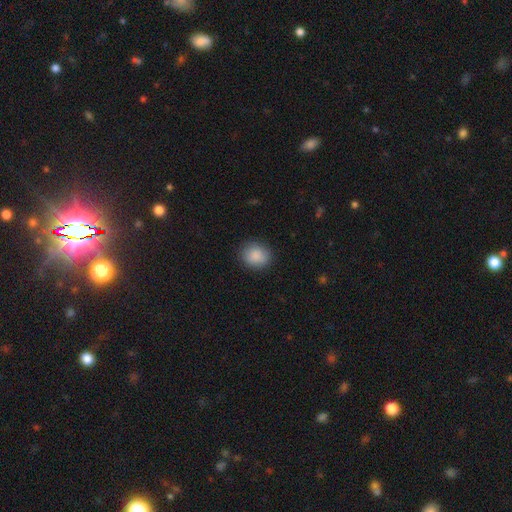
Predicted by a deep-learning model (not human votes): Smooth or featured? Predicted: smooth (p=0.89). How rounded? Predicted: round (p=0.73). Merging? Predicted: none (p=0.88).